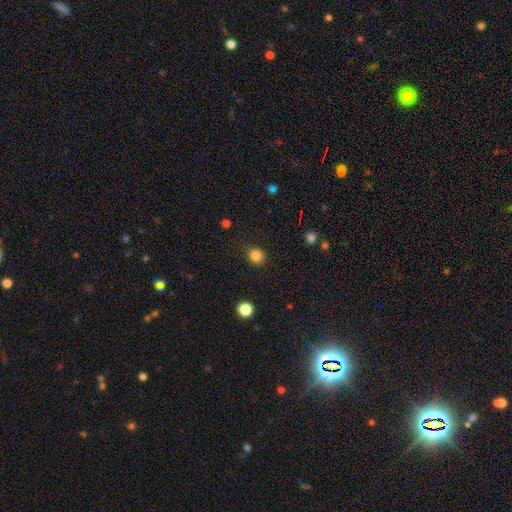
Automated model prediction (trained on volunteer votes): This appears to be a smooth galaxy with no disk features (84%) that is round (80%). Merging: none (86%).